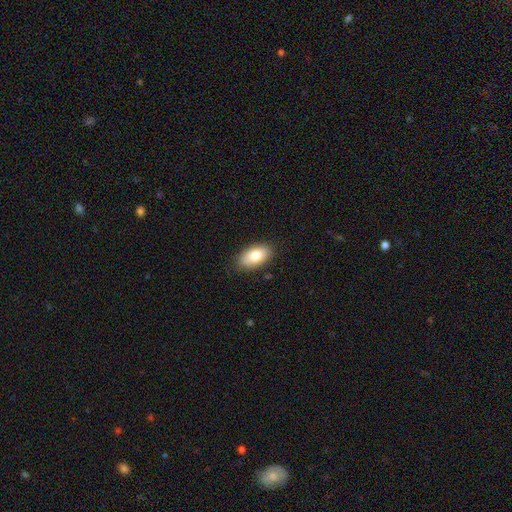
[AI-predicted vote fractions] Q: Smooth or featured?
A: smooth (81%); runner-up: featured or disk (12%)
Q: How rounded?
A: in between (93%); runner-up: round (4%)
Q: Merging?
A: none (85%); runner-up: minor disturbance (11%)